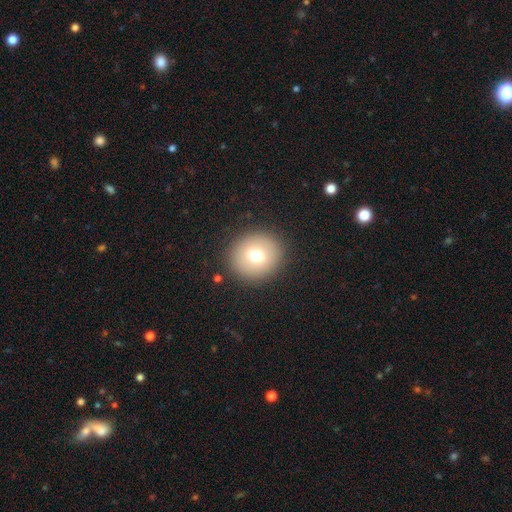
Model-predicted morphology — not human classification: Smooth or featured? smooth (72%)
How rounded? round (89%)
Merging? none (90%)